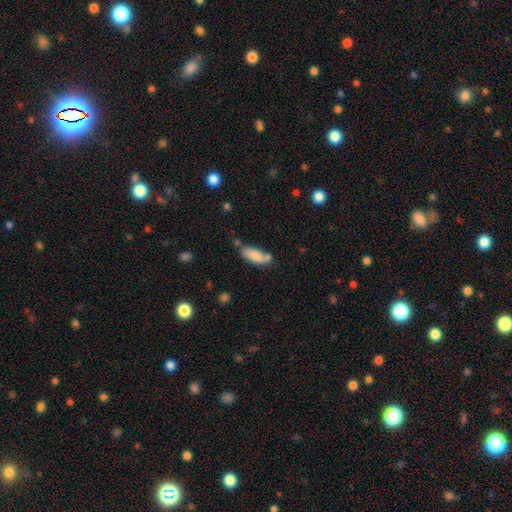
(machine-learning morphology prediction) This appears to be a smooth galaxy with no disk features (79%) that is in between round and cigar-shaped (73%). Merging: none (57%).